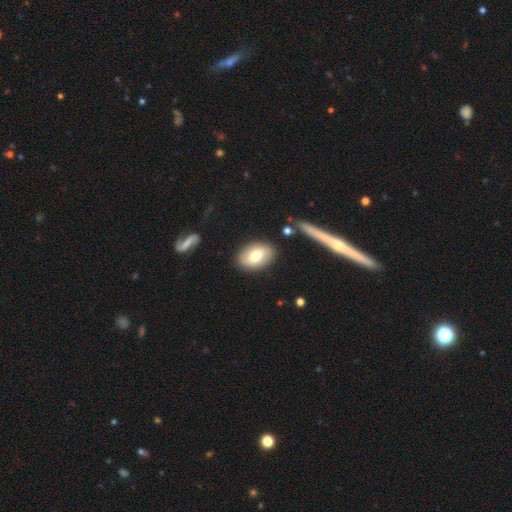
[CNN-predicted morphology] A smooth galaxy with no disk features (72%) that is in between round and cigar-shaped (85%).

Vote fractions:
- Smooth or featured? smooth: 72% / featured or disk: 22% / star or artifact: 7%
- How rounded? in between: 85% / round: 13% / cigar-shaped: 2%
- Merging? none: 85% / minor disturbance: 10% / merger: 3% / major disturbance: 3%